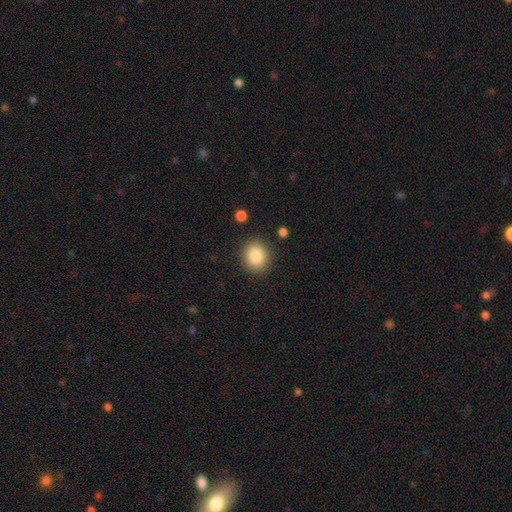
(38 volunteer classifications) This appears to be a smooth galaxy with no disk features (84%) that is round (56%). Merging: none (78%).